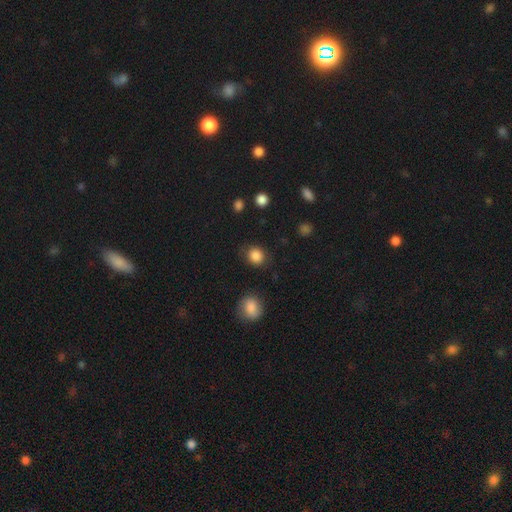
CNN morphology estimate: Smooth or featured: smooth — 87% (star or artifact — 9%)
How rounded: round — 74% (in between — 25%)
Merging: none — 81% (minor disturbance — 13%)